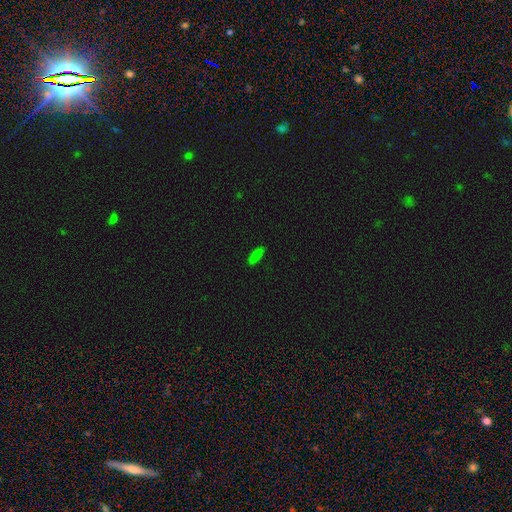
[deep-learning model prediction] Smooth or featured?
  - smooth: 84% *
  - star or artifact: 10%
  - featured or disk: 6%
How rounded?
  - cigar-shaped: 58% *
  - in between: 40%
  - round: 2%
Merging?
  - none: 88% *
  - minor disturbance: 9%
  - major disturbance: 2%
  - merger: 1%